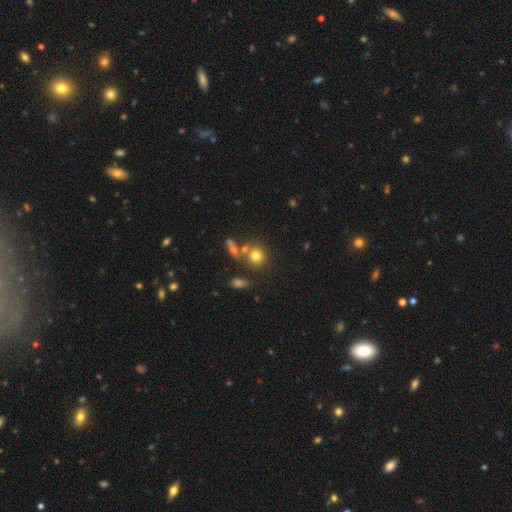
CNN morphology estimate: smooth-or-featured: smooth: 75% | star or artifact: 13% | featured or disk: 12%
  how-rounded: round: 82% | in between: 17% | cigar-shaped: 1%
  merging: none: 63% | merger: 21% | minor disturbance: 11% | major disturbance: 5%